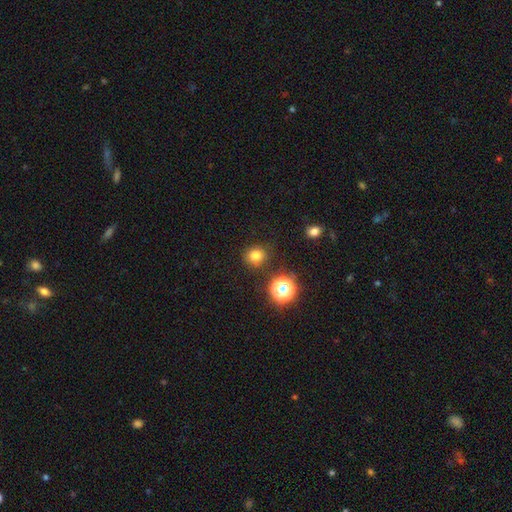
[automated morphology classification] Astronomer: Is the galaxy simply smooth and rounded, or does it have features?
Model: smooth — 78%.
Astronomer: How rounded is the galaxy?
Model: round — 83%.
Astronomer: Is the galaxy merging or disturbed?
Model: none — 85%.